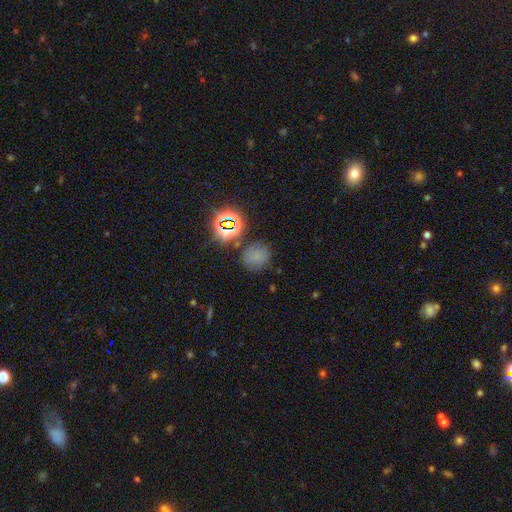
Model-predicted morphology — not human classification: The model was most divided on "smooth or featured": smooth: 61%, star or artifact: 31%, featured or disk: 8%. More confident: how rounded — round (80%); merging — none (75%).